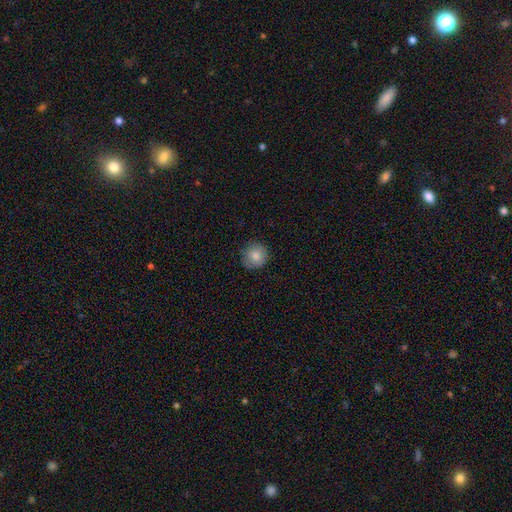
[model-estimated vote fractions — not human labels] smooth_or_featured: smooth (p=0.83) [alt: star or artifact p=0.09]
how_rounded: round (p=0.92) [alt: in between p=0.07]
merging: none (p=0.81) [alt: minor disturbance p=0.15]